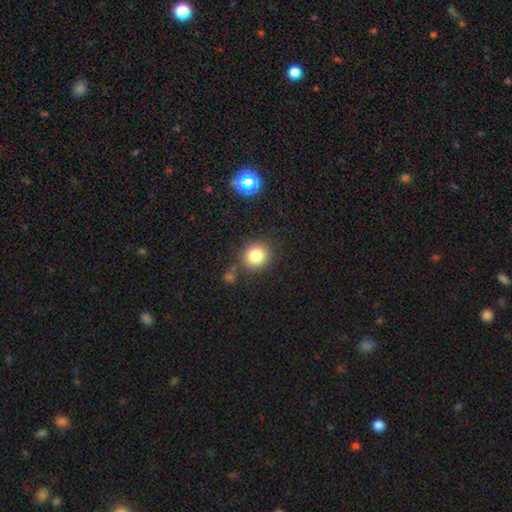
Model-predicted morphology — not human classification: The model was most divided on "how rounded": round: 84%, in between: 15%, cigar-shaped: 1%. More confident: smooth or featured — smooth (83%); merging — none (81%).